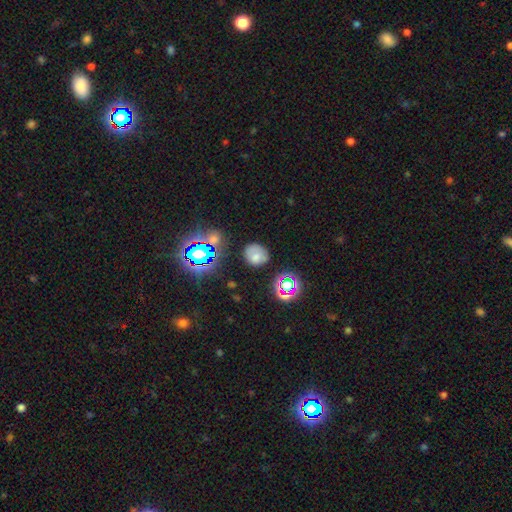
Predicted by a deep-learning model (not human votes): This appears to be a smooth galaxy with no disk features (66%) that is round (76%). Merging: none (74%).